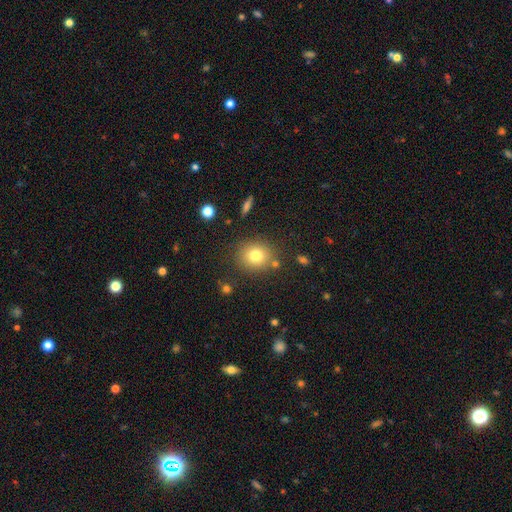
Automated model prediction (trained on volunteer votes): Smooth or featured? Predicted: smooth (p=0.78). How rounded? Predicted: round (p=0.75). Merging? Predicted: none (p=0.81).